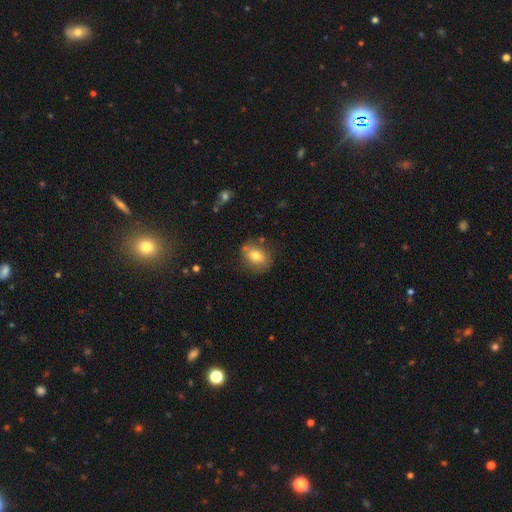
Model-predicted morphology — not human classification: A smooth galaxy with no disk features (74%) that is in between round and cigar-shaped (51%).

Vote fractions:
- Smooth or featured? smooth: 74% / featured or disk: 16% / star or artifact: 10%
- How rounded? in between: 51% / round: 47% / cigar-shaped: 1%
- Merging? none: 76% / minor disturbance: 16% / merger: 4% / major disturbance: 4%